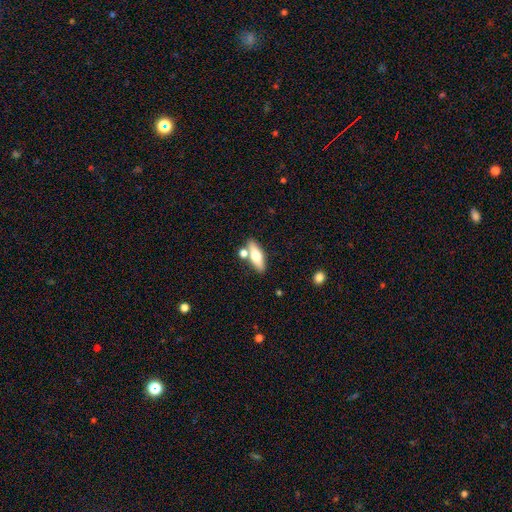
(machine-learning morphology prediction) A smooth galaxy with no disk features (58%) that is in between round and cigar-shaped (60%).

Vote fractions:
- Smooth or featured? smooth: 58% / featured or disk: 36% / star or artifact: 7%
- How rounded? in between: 60% / cigar-shaped: 36% / round: 5%
- Merging? none: 71% / merger: 16% / minor disturbance: 11% / major disturbance: 3%